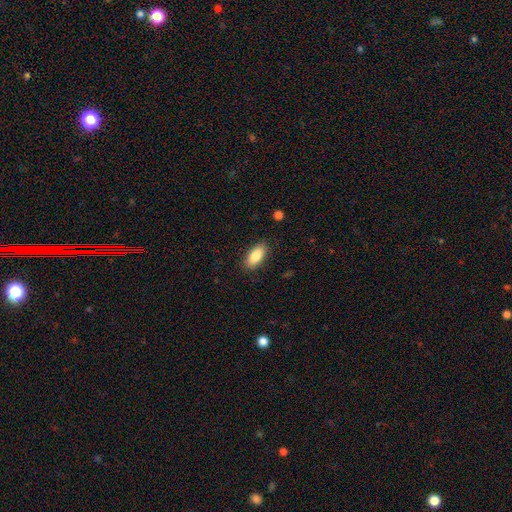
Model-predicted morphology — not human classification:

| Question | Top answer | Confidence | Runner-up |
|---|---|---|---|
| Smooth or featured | smooth | 84% | featured or disk (9%) |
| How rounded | in between | 88% | cigar-shaped (9%) |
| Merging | none | 87% | minor disturbance (10%) |